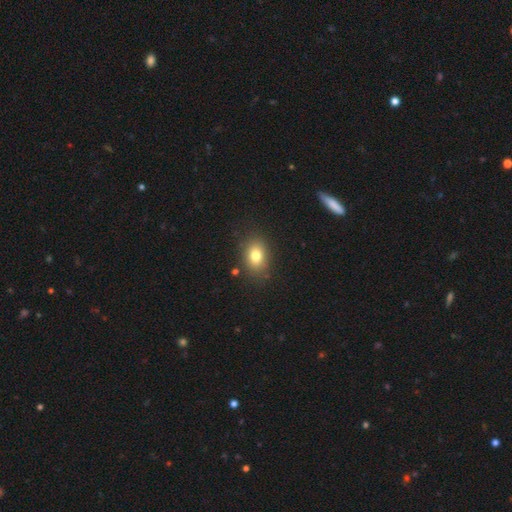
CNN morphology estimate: This appears to be a smooth galaxy with no disk features (78%) that is in between round and cigar-shaped (71%). Merging: none (83%).